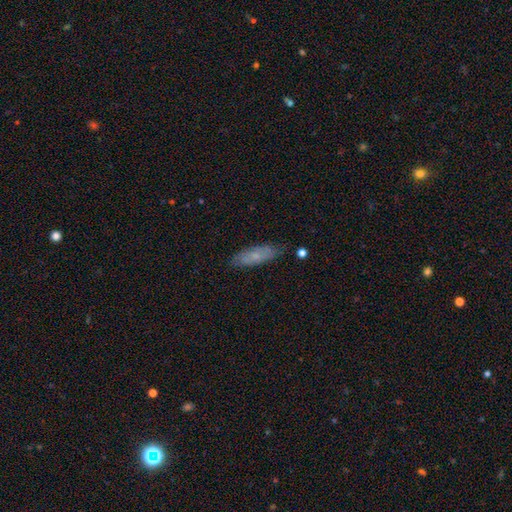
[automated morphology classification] Overall: smooth (60%; featured or disk 33%). How rounded: cigar-shaped (50%; in between 48%). Merging: none (79%).